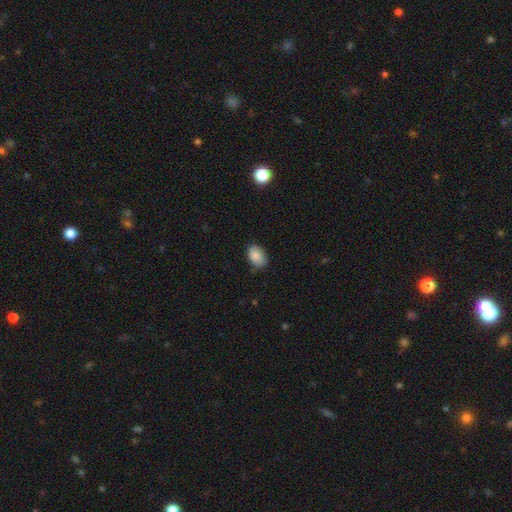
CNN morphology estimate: A smooth galaxy with no disk features (86%) that is in between round and cigar-shaped (86%).

Vote fractions:
- Smooth or featured? smooth: 86% / star or artifact: 8% / featured or disk: 6%
- How rounded? in between: 86% / round: 13% / cigar-shaped: 1%
- Merging? none: 76% / minor disturbance: 19% / major disturbance: 3% / merger: 1%